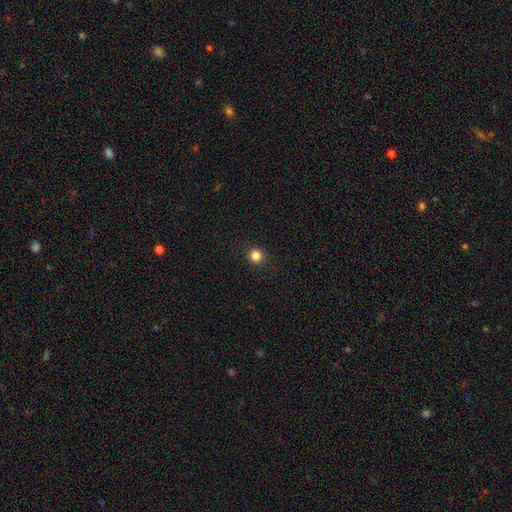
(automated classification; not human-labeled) Smooth or featured? smooth (84%)
How rounded? round (94%)
Merging? none (93%)